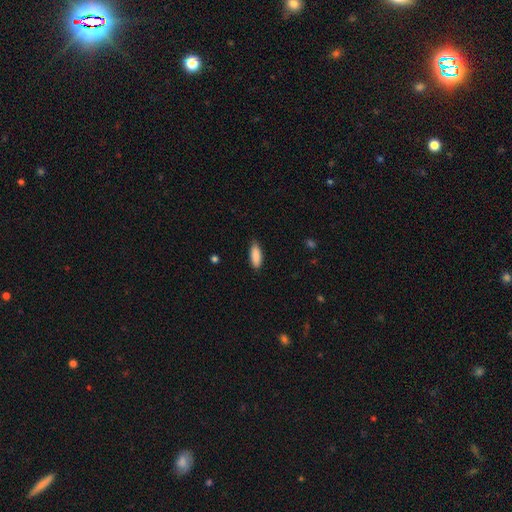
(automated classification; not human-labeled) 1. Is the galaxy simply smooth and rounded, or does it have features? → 89% smooth, 6% star or artifact, 5% featured or disk.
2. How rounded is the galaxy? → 69% in between, 29% cigar-shaped, 2% round.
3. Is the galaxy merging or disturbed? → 83% none, 14% minor disturbance, 2% major disturbance, 1% merger.